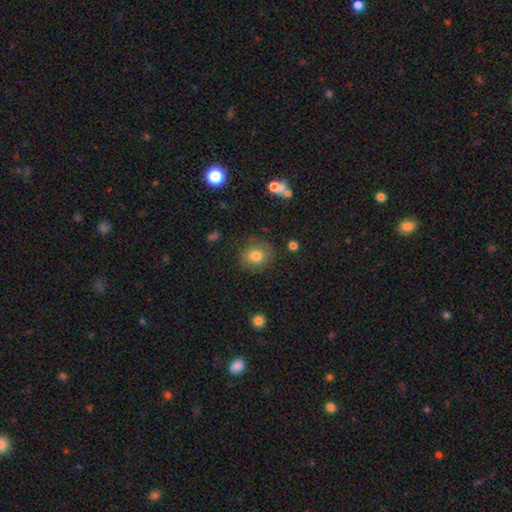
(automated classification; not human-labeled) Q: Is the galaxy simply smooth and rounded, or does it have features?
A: smooth — 77%.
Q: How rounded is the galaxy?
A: round — 70%.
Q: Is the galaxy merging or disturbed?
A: none — 80%.